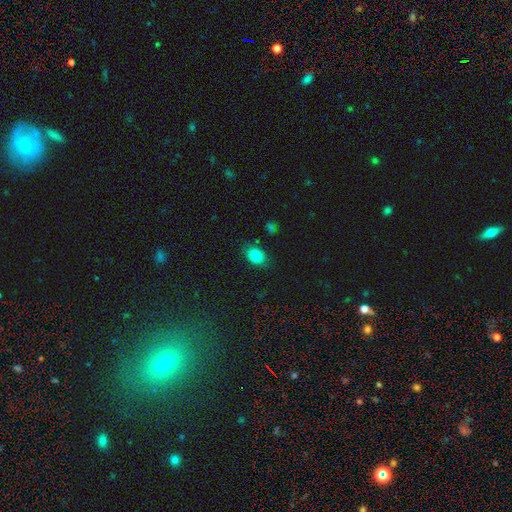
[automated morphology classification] This appears to be a smooth galaxy with no disk features (82%) that is in between round and cigar-shaped (69%). Merging: none (80%).